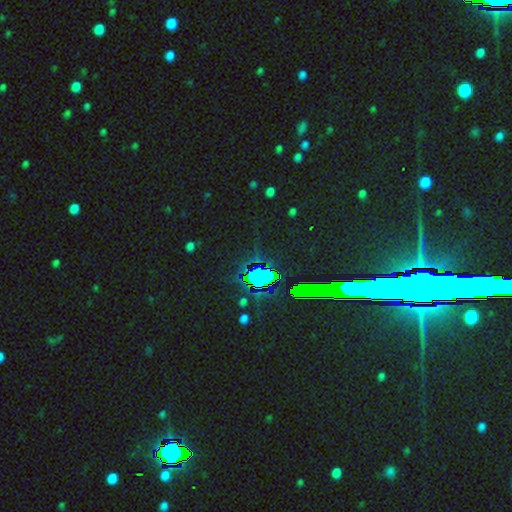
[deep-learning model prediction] Q: Smooth or featured?
A: star or artifact (84%); runner-up: featured or disk (8%)